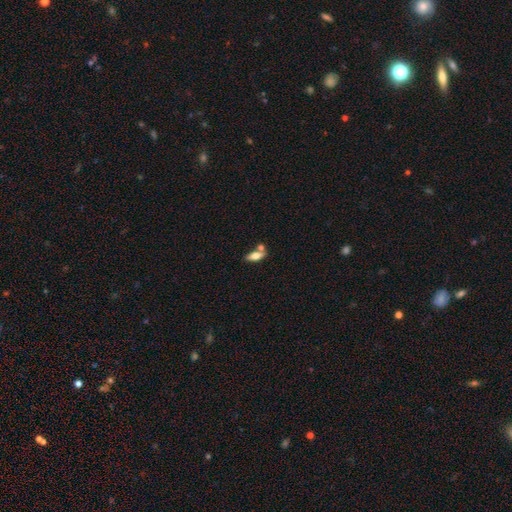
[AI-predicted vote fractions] smooth-or-featured: smooth: 64% | featured or disk: 28% | star or artifact: 8%
  how-rounded: in between: 72% | cigar-shaped: 24% | round: 4%
  merging: none: 55% | merger: 29% | minor disturbance: 12% | major disturbance: 4%